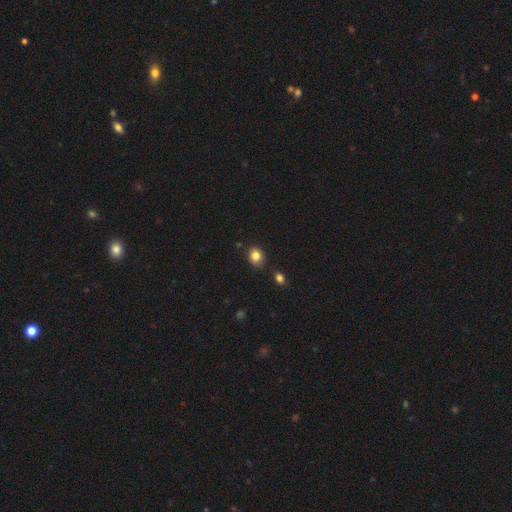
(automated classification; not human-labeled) Morphology: type=smooth (83%); roundness=round (64%); merging=none (79%).